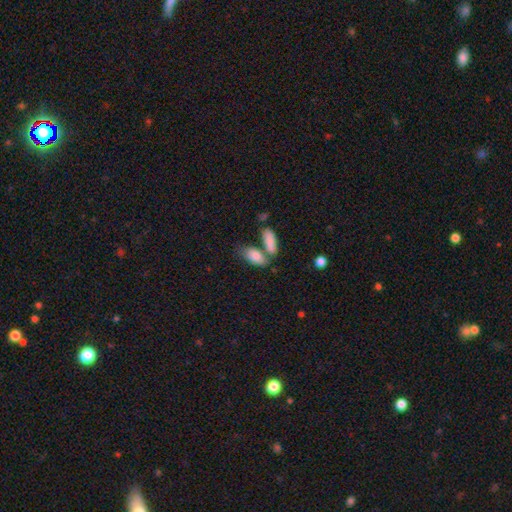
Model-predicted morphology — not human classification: This appears to be a smooth galaxy with no disk features (84%) that is in between round and cigar-shaped (85%). Merging: none (45%).